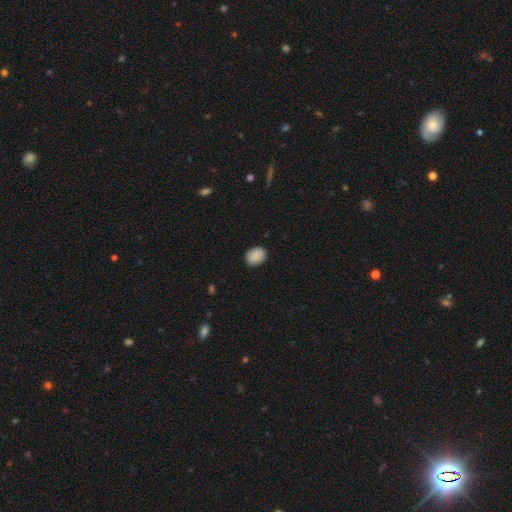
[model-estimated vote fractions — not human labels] Smooth or featured: smooth — 90% (star or artifact — 7%)
How rounded: in between — 61% (round — 38%)
Merging: none — 87% (minor disturbance — 10%)